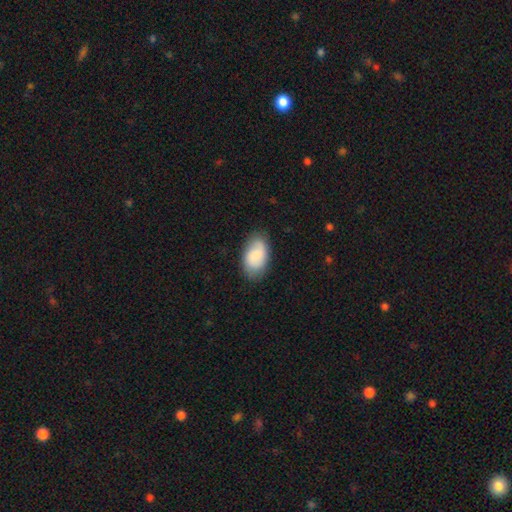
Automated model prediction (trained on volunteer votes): smooth_or_featured: smooth (p=0.74) [alt: featured or disk p=0.19]
how_rounded: in between (p=0.93) [alt: round p=0.05]
merging: none (p=0.77) [alt: minor disturbance p=0.18]